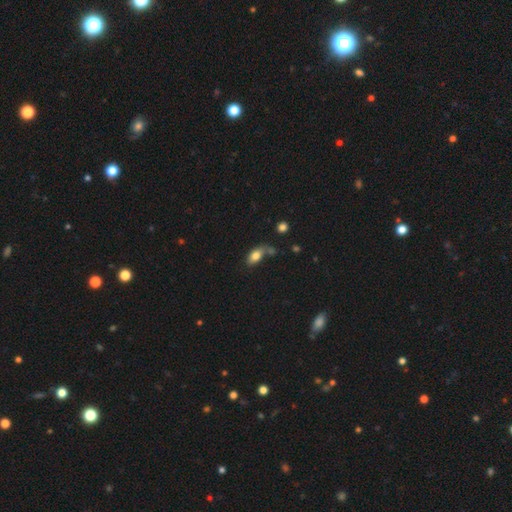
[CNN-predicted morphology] smooth-or-featured: smooth: 79% | featured or disk: 12% | star or artifact: 8%
  how-rounded: in between: 89% | round: 6% | cigar-shaped: 5%
  merging: none: 44% | minor disturbance: 22% | merger: 21% | major disturbance: 13%